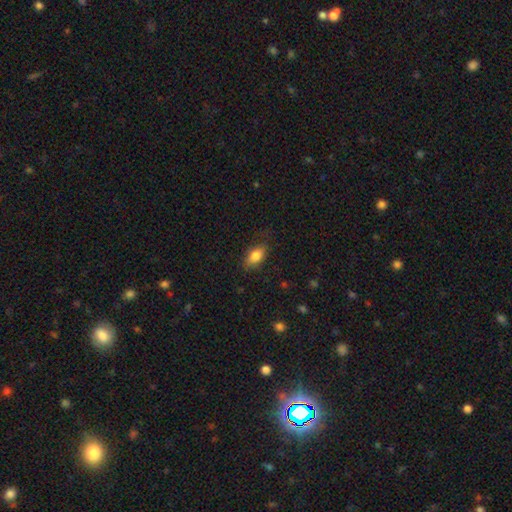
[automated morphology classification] This appears to be a smooth galaxy with no disk features (81%) that is in between round and cigar-shaped (87%). Merging: none (79%).